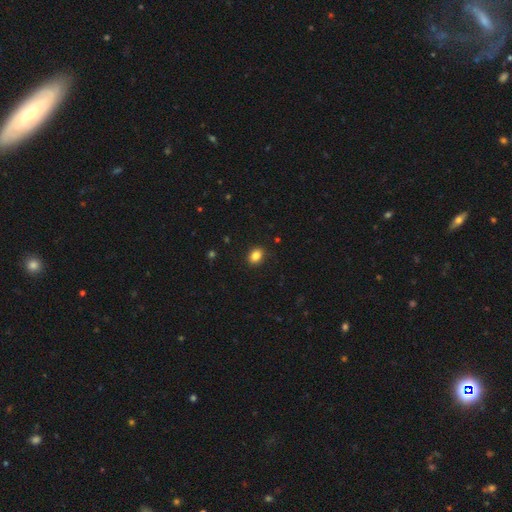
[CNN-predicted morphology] The model was most divided on "how rounded": in between: 60%, round: 39%, cigar-shaped: 1%. More confident: merging — none (89%); smooth or featured — smooth (85%).